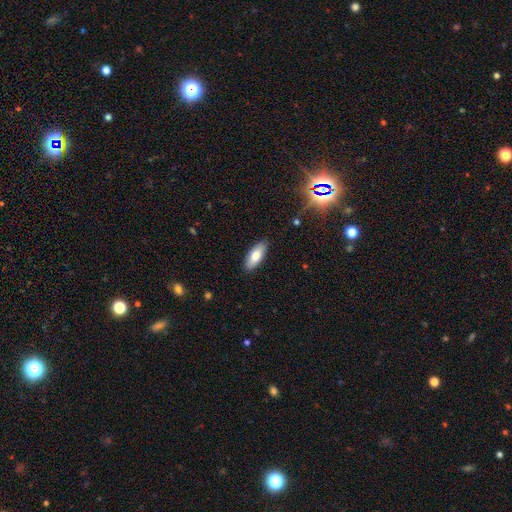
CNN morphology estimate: Q: Smooth or featured?
A: smooth (76%); runner-up: featured or disk (17%)
Q: How rounded?
A: in between (76%); runner-up: cigar-shaped (22%)
Q: Merging?
A: none (88%); runner-up: minor disturbance (9%)